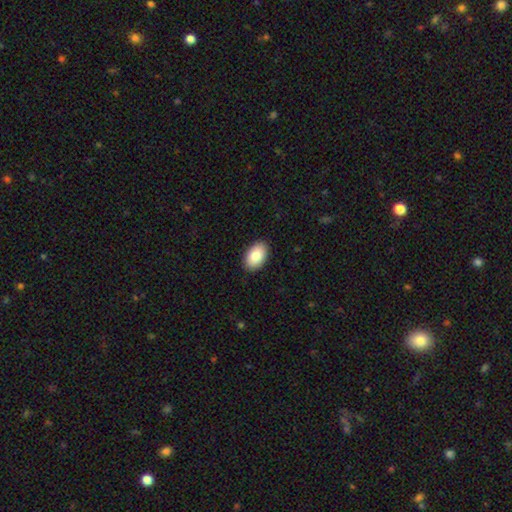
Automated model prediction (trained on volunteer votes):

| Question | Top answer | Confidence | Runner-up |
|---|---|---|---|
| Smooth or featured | smooth | 87% | featured or disk (7%) |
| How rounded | in between | 92% | round (6%) |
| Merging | none | 90% | minor disturbance (8%) |